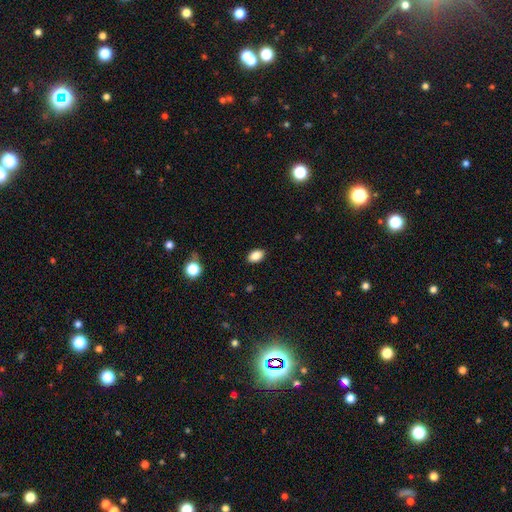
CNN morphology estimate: A smooth galaxy with no disk features (86%) that is in between round and cigar-shaped (89%). Merging: none (87%).